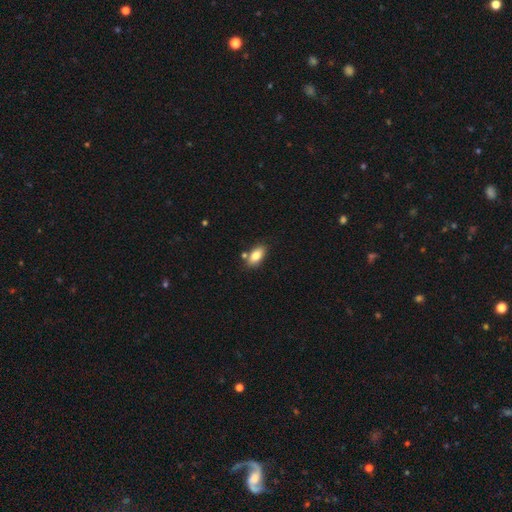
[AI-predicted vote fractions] smooth 82%, featured or disk 10%, star or artifact 8%. Down the decision tree: how rounded — in between (90%); merging — none (75%).